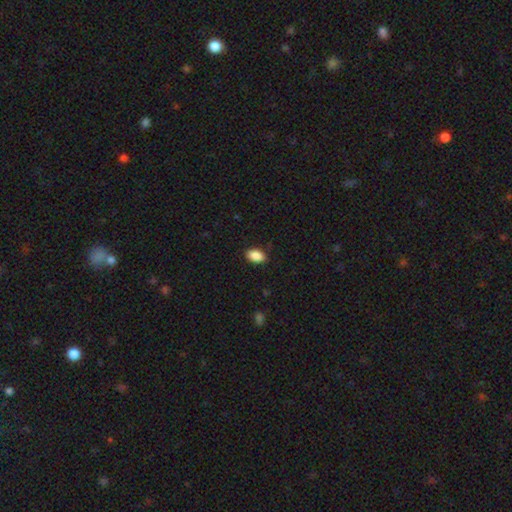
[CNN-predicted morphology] This is clearly a smooth galaxy (89%). How rounded: clearly in between (90%). Merging: clearly none (87%).